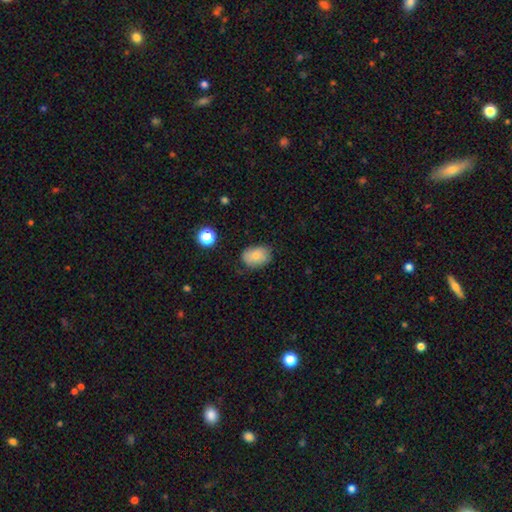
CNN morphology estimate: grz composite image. It shows a smooth galaxy with no disk features (79%) that is in between round and cigar-shaped (76%). Merging: none (75%).